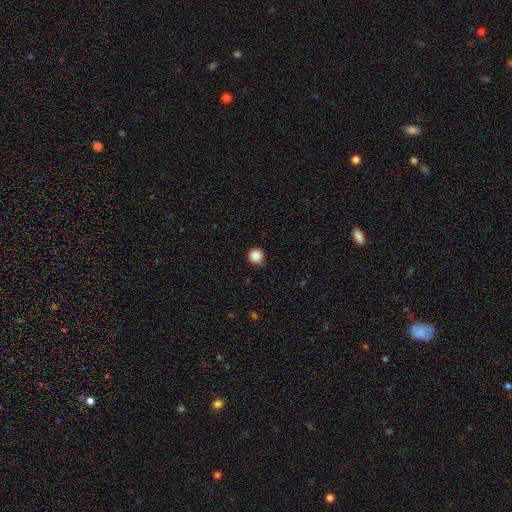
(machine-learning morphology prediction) smooth 86%, star or artifact 10%, featured or disk 3%. Down the decision tree: how rounded — round (96%); merging — none (84%).